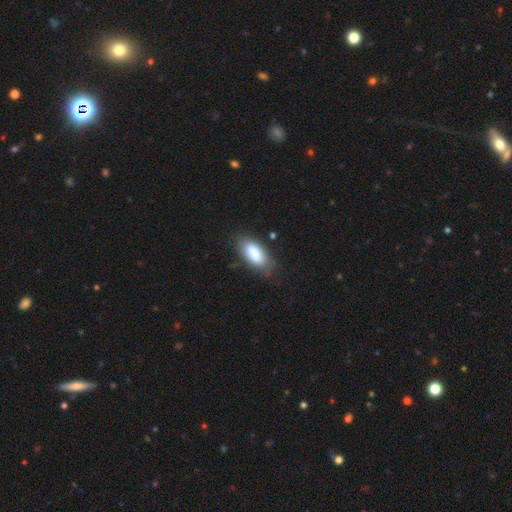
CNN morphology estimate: Smooth or featured? smooth (84%)
How rounded? in between (86%)
Merging? none (74%)